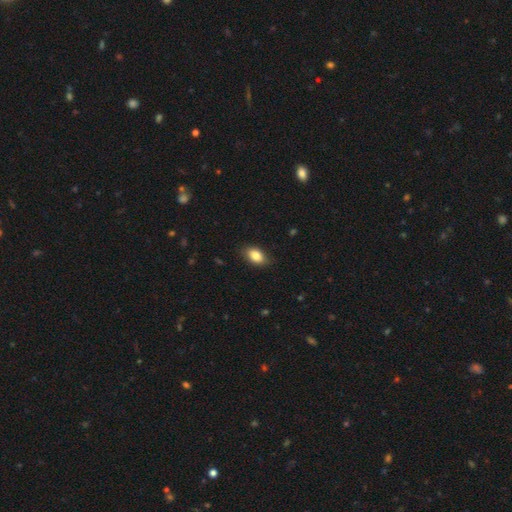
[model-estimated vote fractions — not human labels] smooth_or_featured: smooth (p=0.85) [alt: star or artifact p=0.08]
how_rounded: in between (p=0.88) [alt: round p=0.10]
merging: none (p=0.84) [alt: minor disturbance p=0.13]